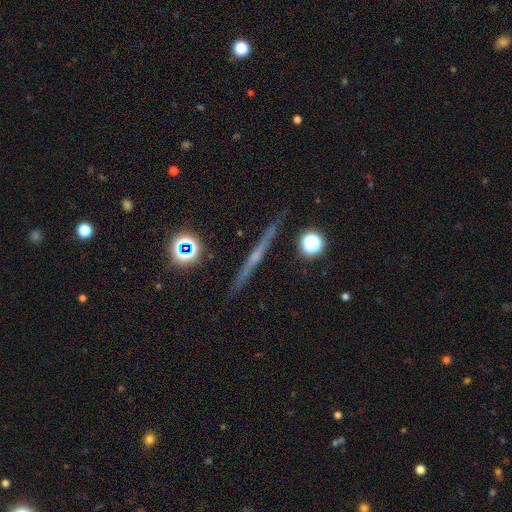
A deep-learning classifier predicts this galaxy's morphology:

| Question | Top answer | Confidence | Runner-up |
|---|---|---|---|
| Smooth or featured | featured or disk | 68% | smooth (19%) |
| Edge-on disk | yes | 97% | no (3%) |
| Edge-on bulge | rounded | 53% | none (40%) |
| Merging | none | 91% | minor disturbance (6%) |